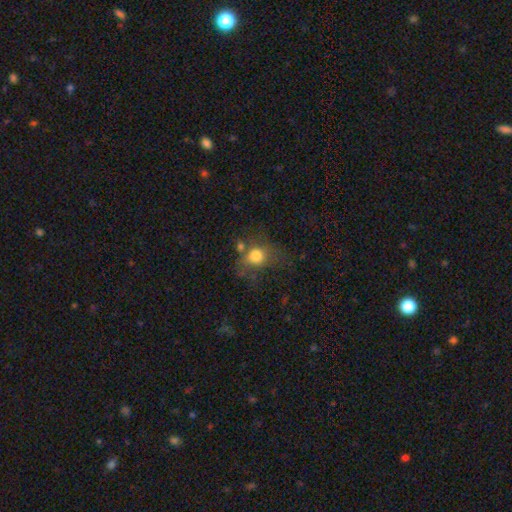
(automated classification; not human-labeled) A smooth galaxy with no disk features (72%) that is round (65%). Merging: none (43%).